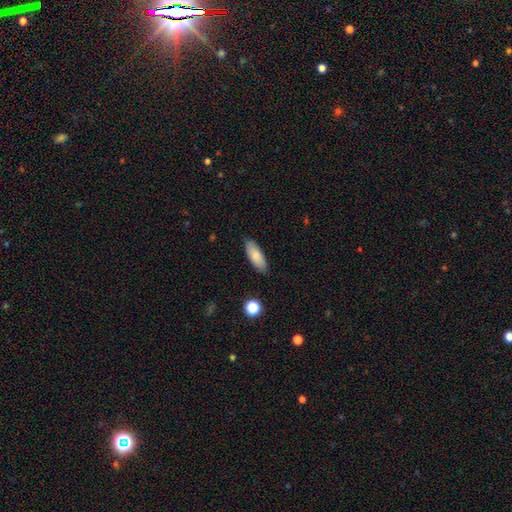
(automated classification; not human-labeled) Smooth or featured: smooth — 83% (featured or disk — 10%)
How rounded: in between — 70% (cigar-shaped — 28%)
Merging: none — 86% (minor disturbance — 10%)